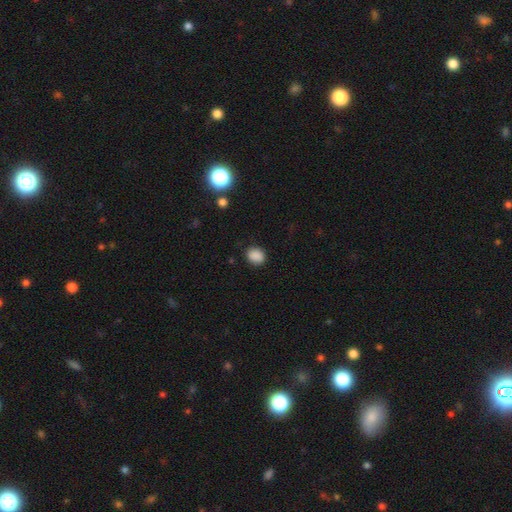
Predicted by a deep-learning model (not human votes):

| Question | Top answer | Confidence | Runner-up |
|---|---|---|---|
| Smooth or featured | smooth | 88% | star or artifact (9%) |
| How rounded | round | 65% | in between (34%) |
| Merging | none | 85% | minor disturbance (11%) |